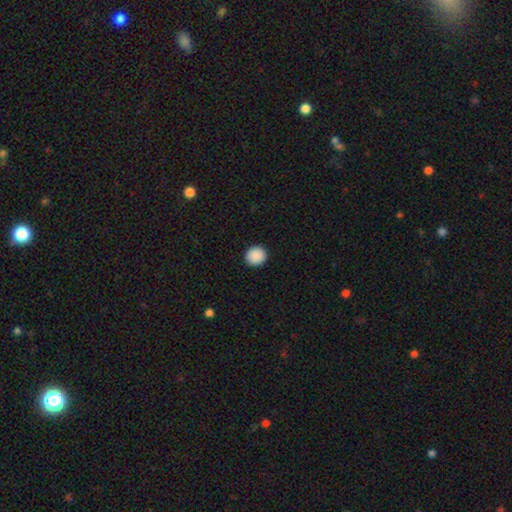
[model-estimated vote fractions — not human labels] This appears to be a smooth galaxy with no disk features (90%) that is round (90%). Merging: none (93%).